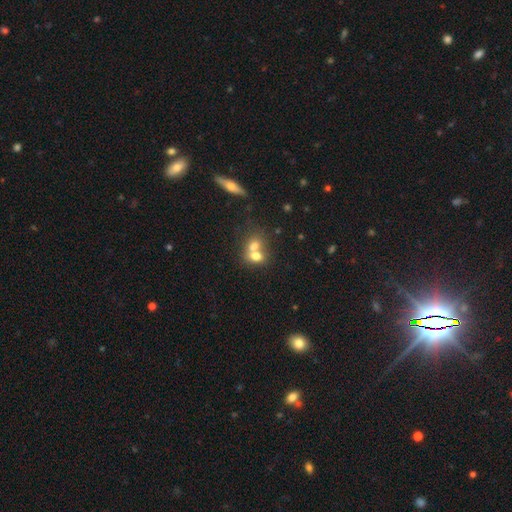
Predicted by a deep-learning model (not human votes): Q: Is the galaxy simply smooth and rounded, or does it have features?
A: smooth — 68%.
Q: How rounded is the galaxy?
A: in between — 52%.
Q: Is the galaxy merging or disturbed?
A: merger — 65%.